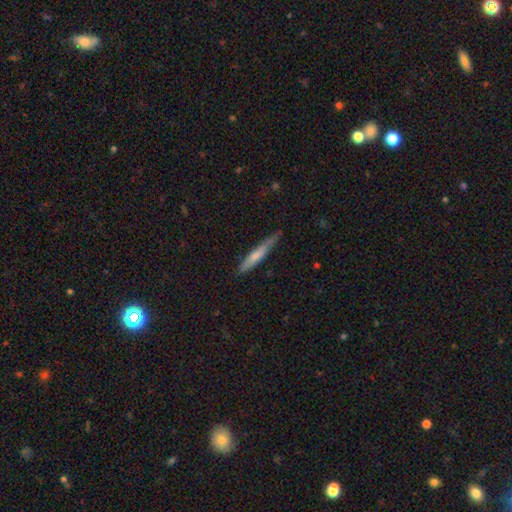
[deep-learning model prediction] A smooth galaxy with no disk features (62%) that is cigar-shaped (92%).

Vote fractions:
- Smooth or featured? smooth: 62% / featured or disk: 33% / star or artifact: 6%
- How rounded? cigar-shaped: 92% / in between: 6% / round: 1%
- Merging? none: 68% / minor disturbance: 26% / major disturbance: 4% / merger: 2%